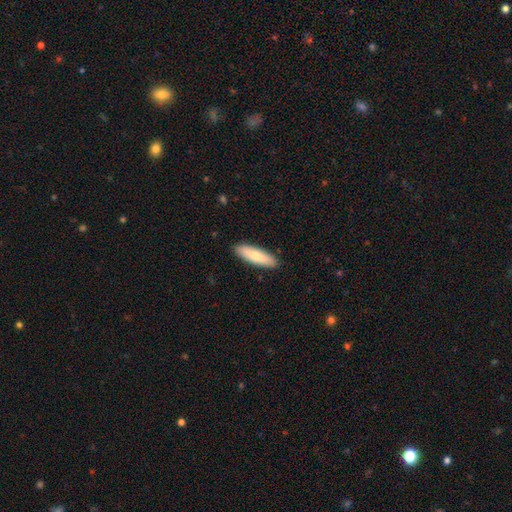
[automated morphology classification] This is likely a smooth galaxy (78%). How rounded: possibly cigar-shaped (58%). Merging: clearly none (90%).